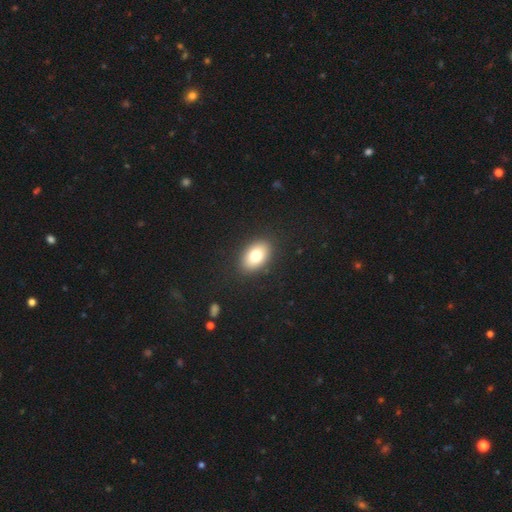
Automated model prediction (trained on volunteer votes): smooth-or-featured: smooth: 78% | featured or disk: 14% | star or artifact: 9%
  how-rounded: in between: 86% | round: 13% | cigar-shaped: 1%
  merging: none: 89% | minor disturbance: 8% | major disturbance: 3% | merger: 1%